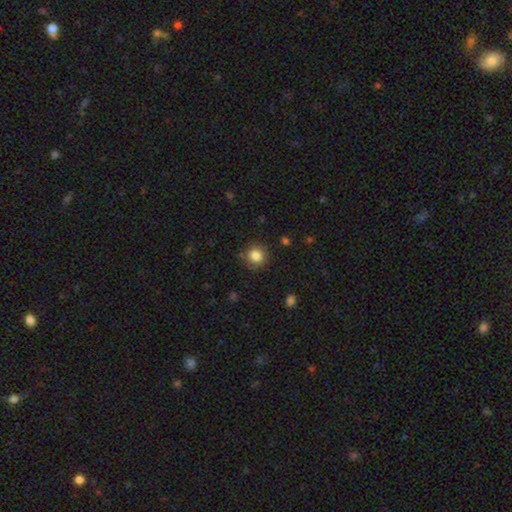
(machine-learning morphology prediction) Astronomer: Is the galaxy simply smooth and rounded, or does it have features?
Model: smooth — 84%.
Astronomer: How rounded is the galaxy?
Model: round — 87%.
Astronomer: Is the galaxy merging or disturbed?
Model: none — 85%.